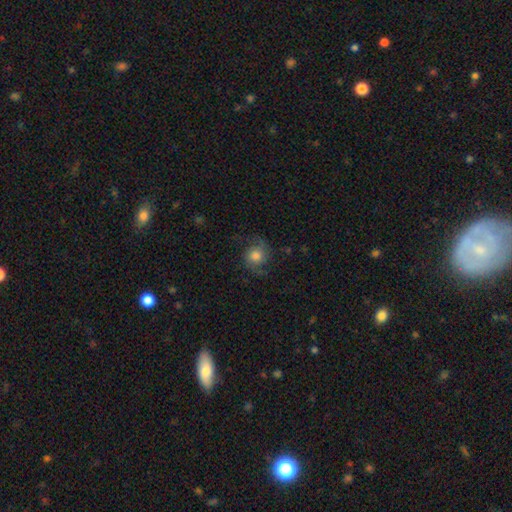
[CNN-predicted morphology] The model was most divided on "smooth or featured": featured or disk: 52%, smooth: 38%, star or artifact: 10%. More confident: edge-on disk — no (97%); merging — none (70%).